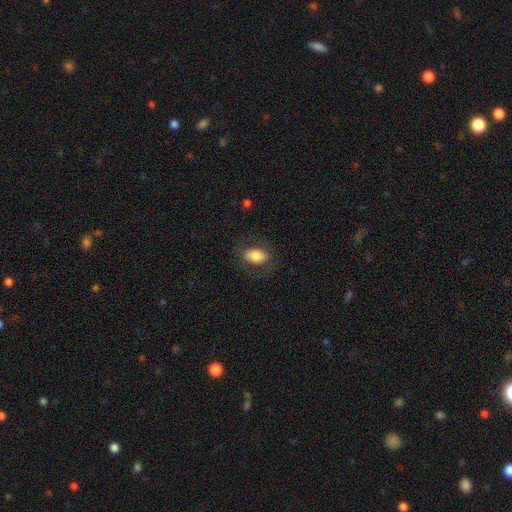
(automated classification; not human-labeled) Smooth or featured? smooth (79%)
How rounded? in between (87%)
Merging? none (78%)